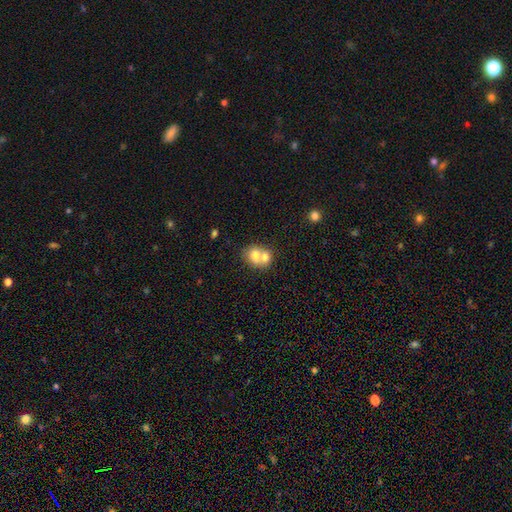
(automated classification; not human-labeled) The model was most divided on "how rounded": round: 56%, in between: 43%, cigar-shaped: 1%. More confident: smooth or featured — smooth (70%); merging — merger (67%).